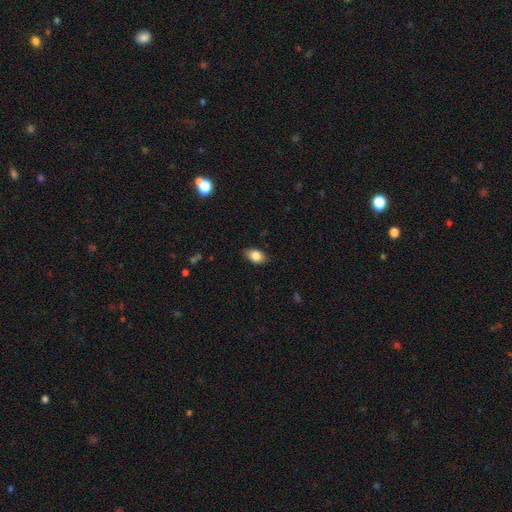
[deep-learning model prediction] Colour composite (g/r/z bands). It shows a smooth galaxy with no disk features (83%) that is in between round and cigar-shaped (88%). Merging: none (84%).